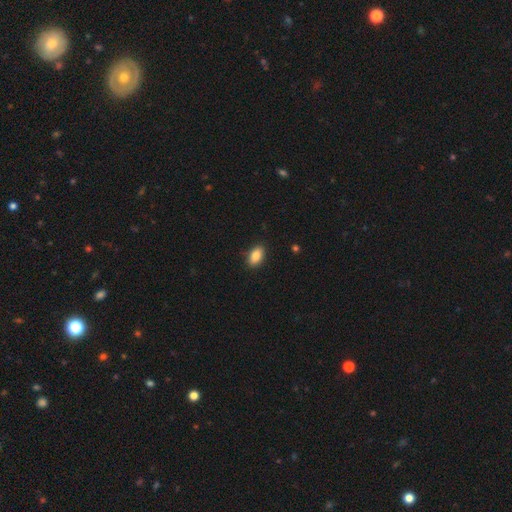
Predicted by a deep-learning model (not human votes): smooth-or-featured: smooth: 85% | star or artifact: 8% | featured or disk: 7%
  how-rounded: in between: 91% | round: 7% | cigar-shaped: 3%
  merging: none: 88% | minor disturbance: 9% | major disturbance: 2% | merger: 1%